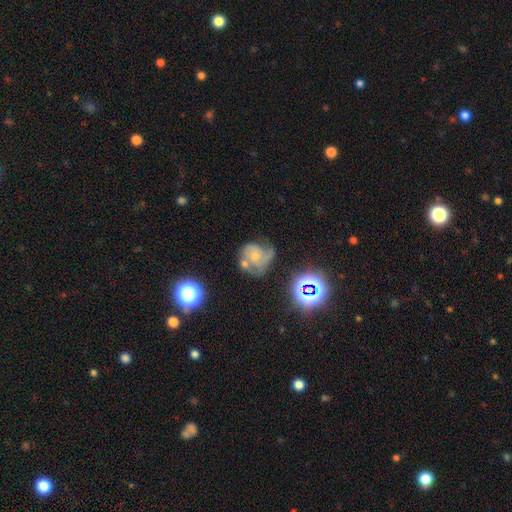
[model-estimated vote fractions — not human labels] Smooth or featured: featured or disk — 61% (smooth — 26%)
Edge-on disk: no — 98% (yes — 2%)
Bar: no — 77% (weak — 19%)
Spiral arms: yes — 82% (no — 18%)
Bulge size: small — 51% (moderate — 31%)
Merging: none — 34% (major disturbance — 25%)